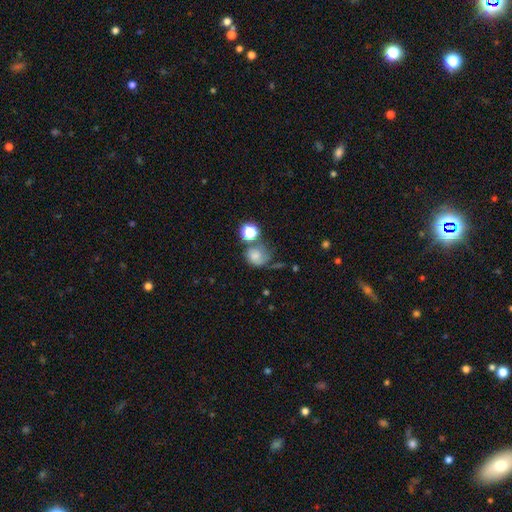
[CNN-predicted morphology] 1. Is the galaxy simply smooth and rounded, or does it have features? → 66% smooth, 19% featured or disk, 15% star or artifact.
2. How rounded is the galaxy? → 72% round, 27% in between, 1% cigar-shaped.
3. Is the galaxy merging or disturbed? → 39% none, 23% minor disturbance, 20% merger, 18% major disturbance.